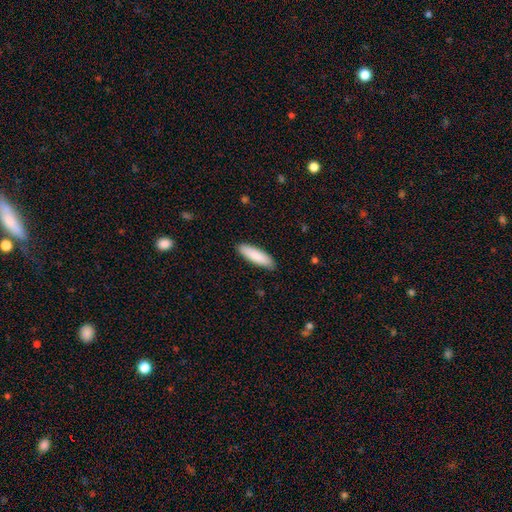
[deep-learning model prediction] The model was most divided on "how rounded": cigar-shaped: 61%, in between: 37%, round: 1%. More confident: merging — none (89%); smooth or featured — smooth (87%).